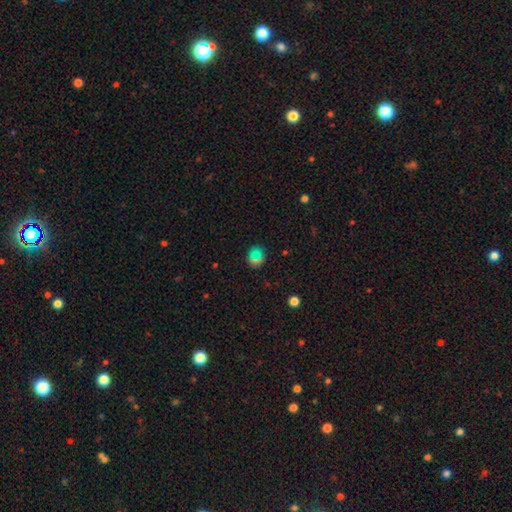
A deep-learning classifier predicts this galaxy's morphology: smooth_or_featured: smooth (p=0.66) [alt: star or artifact p=0.25]
how_rounded: round (p=0.89) [alt: in between p=0.10]
merging: none (p=0.81) [alt: minor disturbance p=0.10]